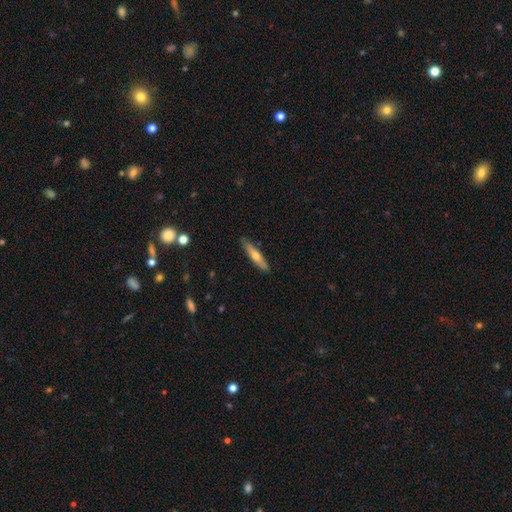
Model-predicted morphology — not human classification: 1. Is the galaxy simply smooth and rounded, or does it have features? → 56% smooth, 38% featured or disk, 6% star or artifact.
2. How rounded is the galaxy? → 85% cigar-shaped, 14% in between, 2% round.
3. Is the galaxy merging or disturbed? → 86% none, 11% minor disturbance, 2% major disturbance, 1% merger.